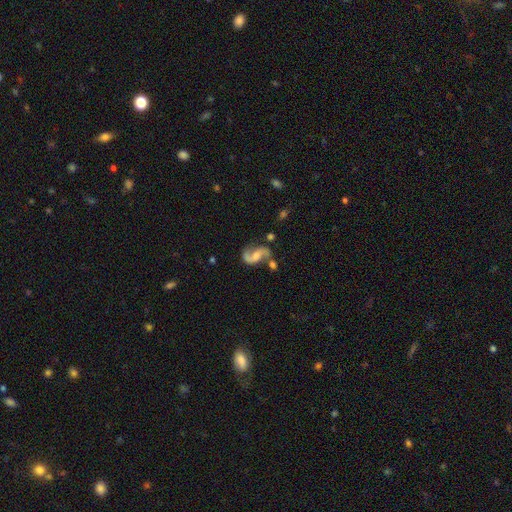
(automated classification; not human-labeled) smooth_or_featured: featured or disk (p=0.85) [alt: smooth p=0.09]
disk_edge_on: no (p=0.97) [alt: yes p=0.03]
bar: no (p=0.48) [alt: weak p=0.39]
has_spiral_arms: yes (p=0.96) [alt: no p=0.04]
spiral_winding: loose (p=0.58) [alt: medium p=0.34]
spiral_arm_count: 2 (p=0.91) [alt: 1 p=0.04]
bulge_size: moderate (p=0.44) [alt: small p=0.33]
merging: none (p=0.56) [alt: minor disturbance p=0.18]